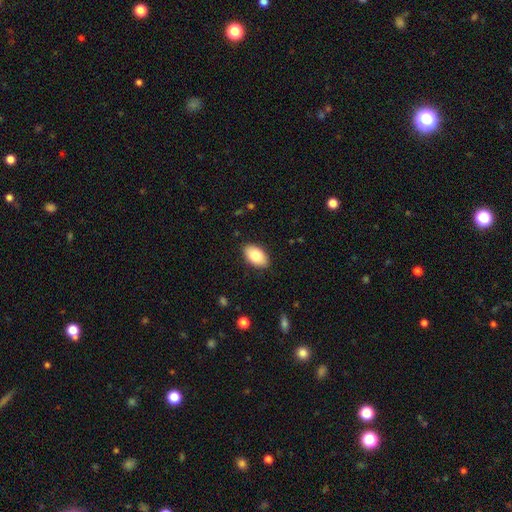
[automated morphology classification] A smooth galaxy with no disk features (83%) that is in between round and cigar-shaped (94%). Merging: none (88%).